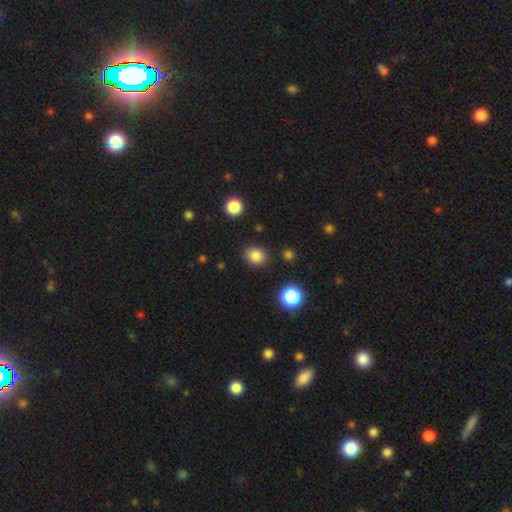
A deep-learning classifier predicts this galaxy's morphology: This appears to be a smooth galaxy with no disk features (84%) that is round (61%). Merging: none (86%).